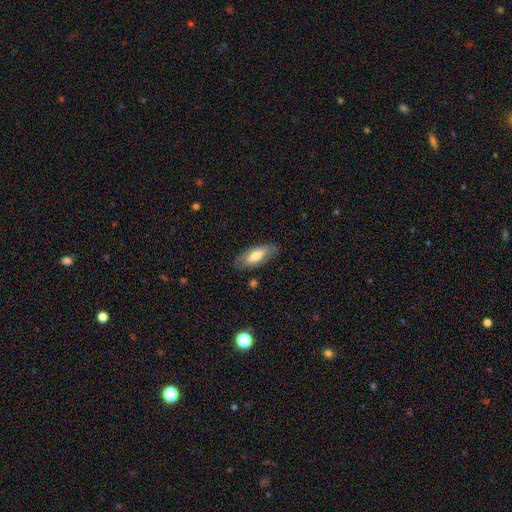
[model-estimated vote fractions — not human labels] The model was most divided on "smooth or featured": smooth: 59%, featured or disk: 35%, star or artifact: 6%. More confident: merging — none (79%); how rounded — in between (79%).